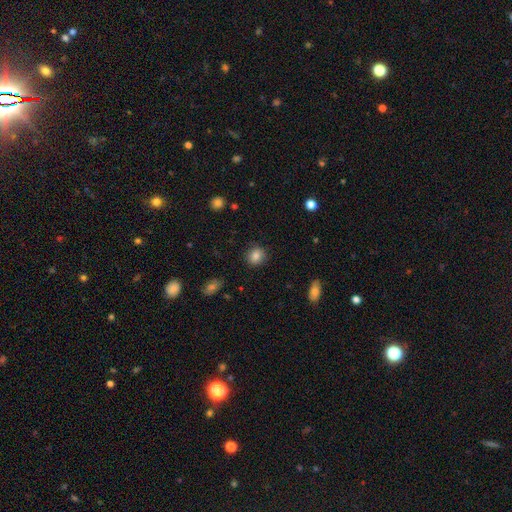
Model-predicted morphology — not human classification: A smooth galaxy with no disk features (85%) that is round (79%). Merging: none (89%).